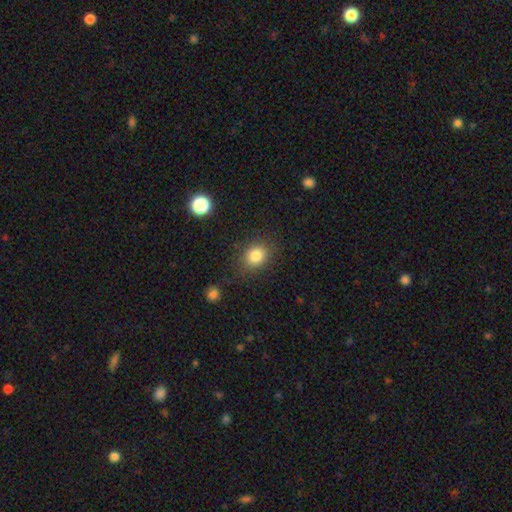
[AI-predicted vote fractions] smooth 83%, star or artifact 11%, featured or disk 6%. Down the decision tree: how rounded — round (57%); merging — none (79%).